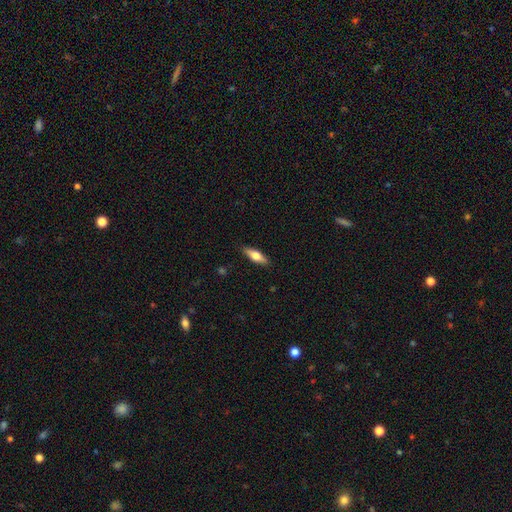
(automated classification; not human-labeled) This appears to be a smooth galaxy with no disk features (57%) that is in between round and cigar-shaped (50%). Merging: none (87%).